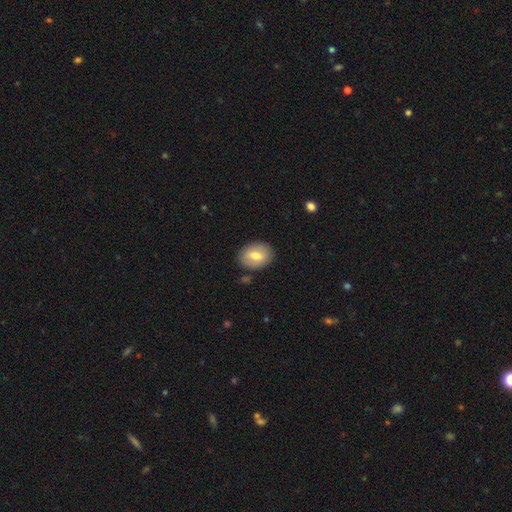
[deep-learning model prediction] smooth 68%, featured or disk 25%, star or artifact 7%. Down the decision tree: how rounded — in between (69%); merging — none (85%).